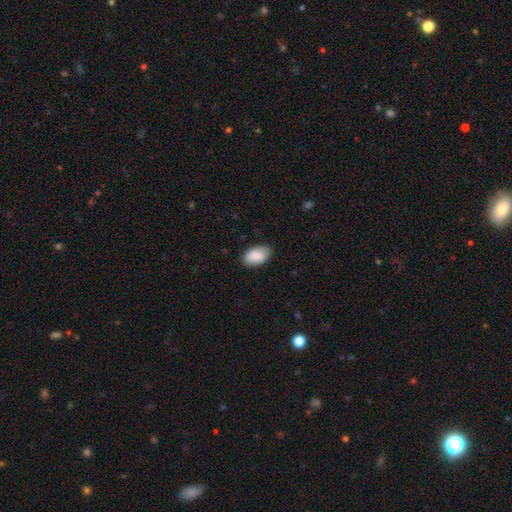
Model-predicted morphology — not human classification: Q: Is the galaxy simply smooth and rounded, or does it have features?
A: smooth — 88%.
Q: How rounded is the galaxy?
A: in between — 94%.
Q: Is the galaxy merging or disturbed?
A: none — 82%.